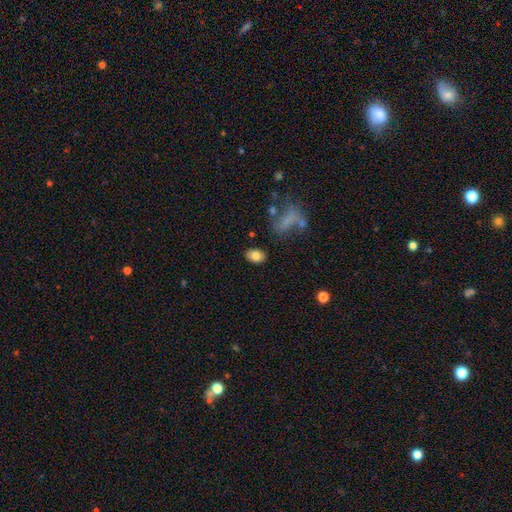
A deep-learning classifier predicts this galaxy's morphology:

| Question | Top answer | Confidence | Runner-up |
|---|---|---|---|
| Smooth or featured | smooth | 80% | featured or disk (11%) |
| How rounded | in between | 78% | round (21%) |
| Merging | none | 82% | minor disturbance (12%) |